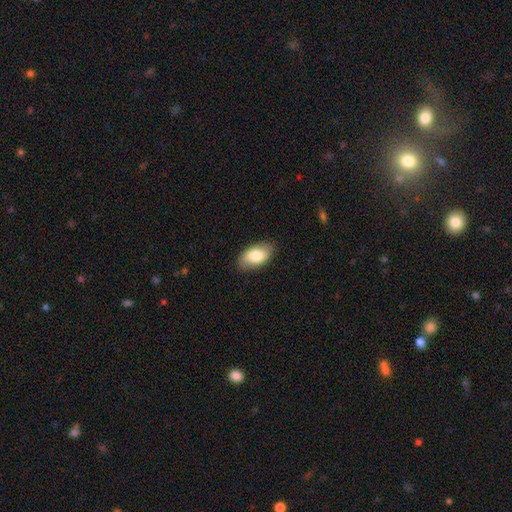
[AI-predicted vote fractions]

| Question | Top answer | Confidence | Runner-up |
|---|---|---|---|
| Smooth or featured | smooth | 79% | featured or disk (15%) |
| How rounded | in between | 94% | round (4%) |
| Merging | none | 85% | minor disturbance (12%) |